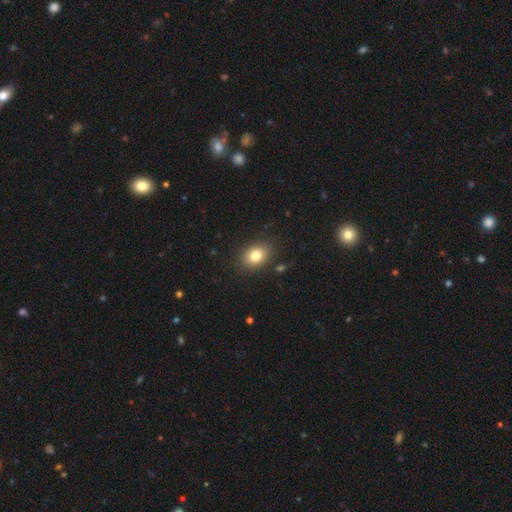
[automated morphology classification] Overall: smooth (81%). How rounded: in between (61%; round 38%). Merging: none (86%).